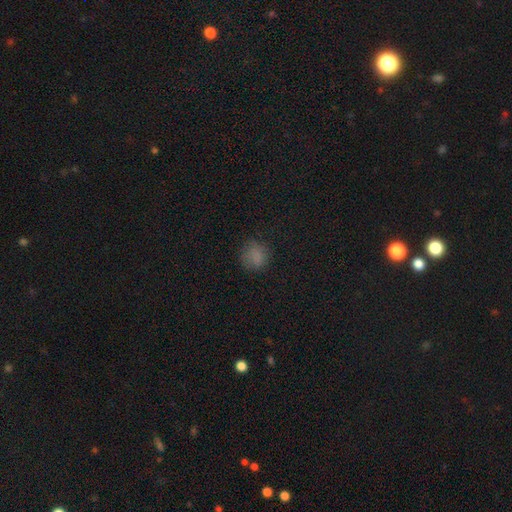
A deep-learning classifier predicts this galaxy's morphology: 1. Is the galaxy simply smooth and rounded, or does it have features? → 79% smooth, 15% star or artifact, 6% featured or disk.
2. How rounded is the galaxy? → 85% round, 14% in between, 1% cigar-shaped.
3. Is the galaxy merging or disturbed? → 77% none, 16% minor disturbance, 6% major disturbance, 1% merger.